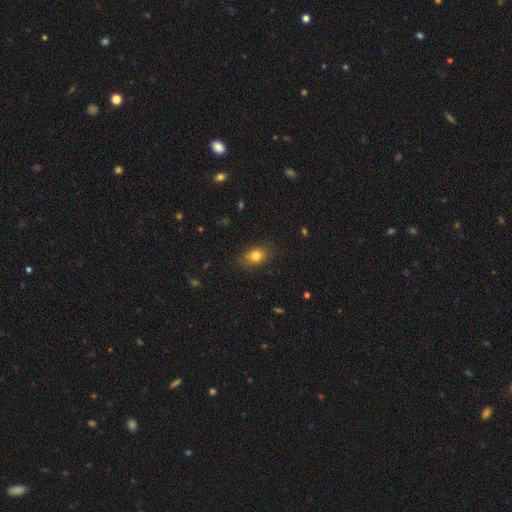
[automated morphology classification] Smooth or featured? smooth (80%)
How rounded? in between (71%)
Merging? none (80%)